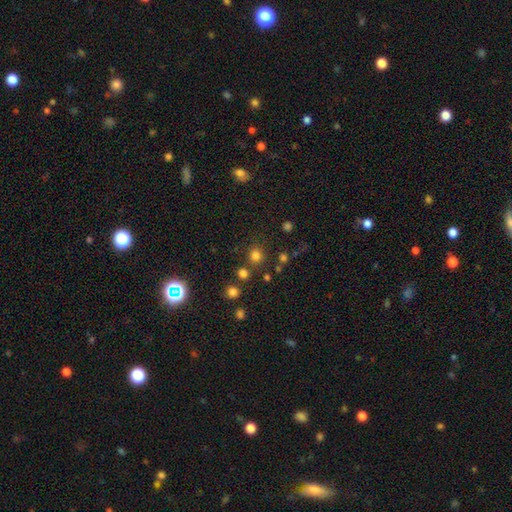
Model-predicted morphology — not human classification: Smooth or featured?
  - smooth: 77% *
  - star or artifact: 19%
  - featured or disk: 5%
How rounded?
  - round: 90% *
  - in between: 9%
  - cigar-shaped: 1%
Merging?
  - none: 81% *
  - merger: 8%
  - minor disturbance: 8%
  - major disturbance: 3%